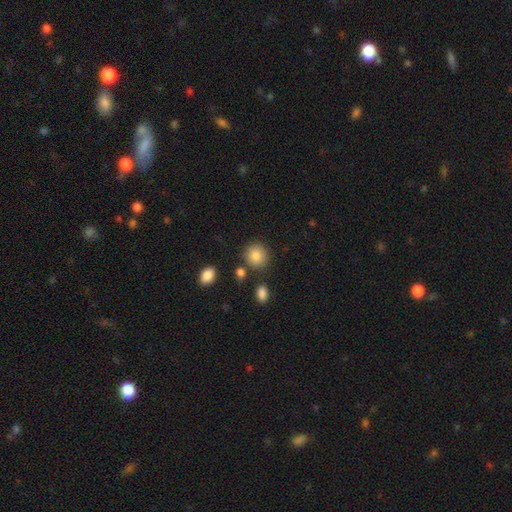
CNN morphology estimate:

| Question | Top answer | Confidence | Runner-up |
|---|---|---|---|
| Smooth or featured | smooth | 85% | star or artifact (9%) |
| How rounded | round | 83% | in between (16%) |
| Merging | none | 81% | minor disturbance (10%) |